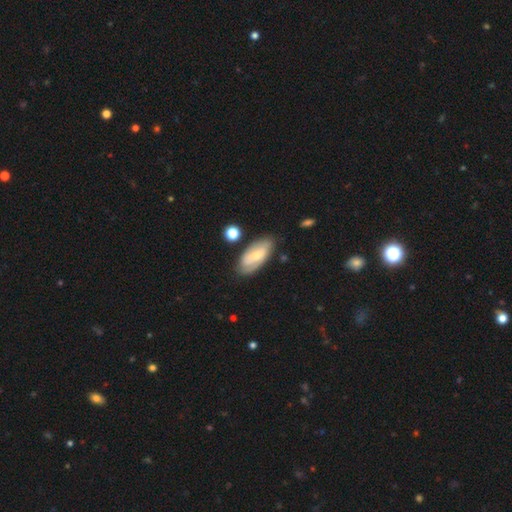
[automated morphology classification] Q: Smooth or featured?
A: featured or disk (47%); runner-up: smooth (46%)
Q: Merging?
A: none (75%); runner-up: minor disturbance (17%)